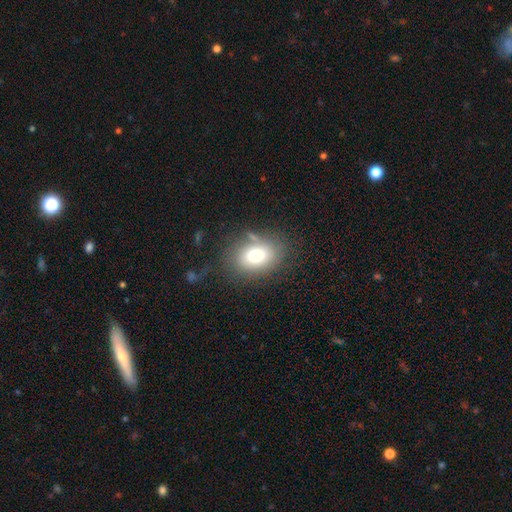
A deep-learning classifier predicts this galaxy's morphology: Smooth or featured?
  - smooth: 75% *
  - featured or disk: 15%
  - star or artifact: 10%
How rounded?
  - in between: 77% *
  - round: 22%
  - cigar-shaped: 1%
Merging?
  - none: 68% *
  - minor disturbance: 17%
  - major disturbance: 9%
  - merger: 6%